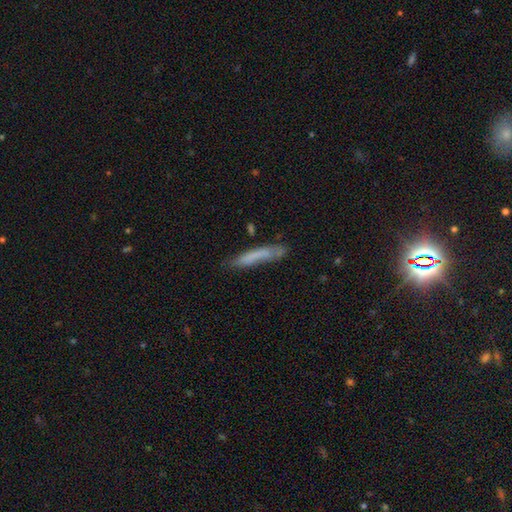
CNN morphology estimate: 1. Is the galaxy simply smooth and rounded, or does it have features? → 65% smooth, 27% featured or disk, 8% star or artifact.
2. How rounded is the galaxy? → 90% cigar-shaped, 9% in between, 1% round.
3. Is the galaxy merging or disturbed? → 59% none, 26% minor disturbance, 10% major disturbance, 5% merger.